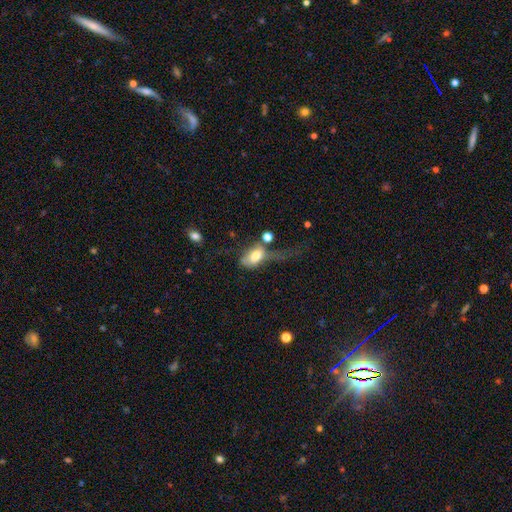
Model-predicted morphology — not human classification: Smooth or featured: smooth — 69% (featured or disk — 22%)
How rounded: in between — 85% (round — 11%)
Merging: major disturbance — 49% (none — 18%)